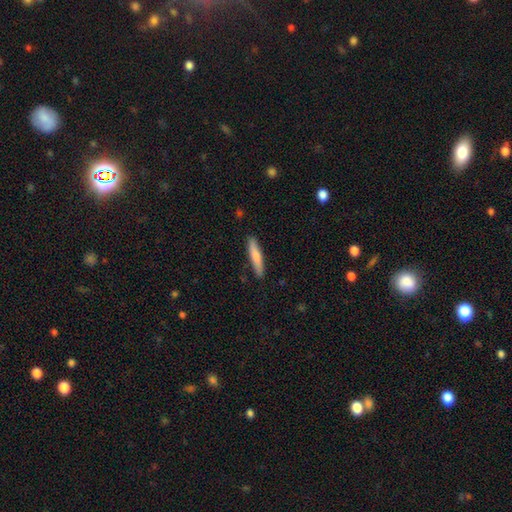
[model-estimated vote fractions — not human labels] smooth_or_featured: smooth (p=0.75) [alt: featured or disk p=0.20]
how_rounded: cigar-shaped (p=0.88) [alt: in between p=0.10]
merging: none (p=0.87) [alt: minor disturbance p=0.10]